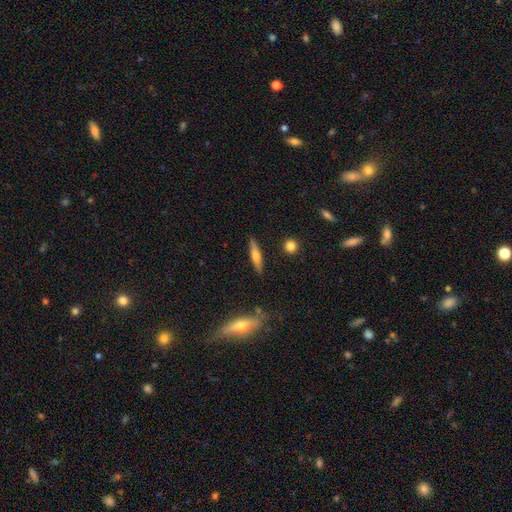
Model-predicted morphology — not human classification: Smooth or featured? smooth (55%)
How rounded? cigar-shaped (78%)
Merging? none (86%)